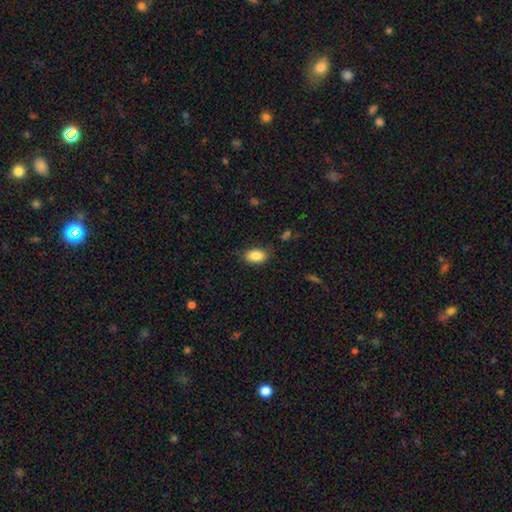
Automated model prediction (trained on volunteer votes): Smooth or featured? smooth (87%)
How rounded? in between (91%)
Merging? none (81%)